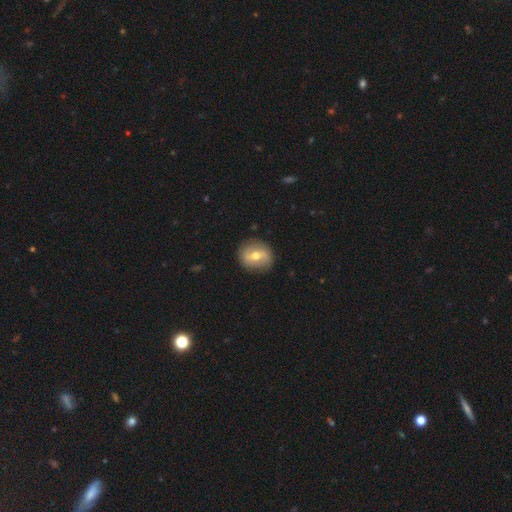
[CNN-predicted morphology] Overall: featured or disk (51%; smooth 42%). Edge-on disk: no (94%). Merging: none (85%).